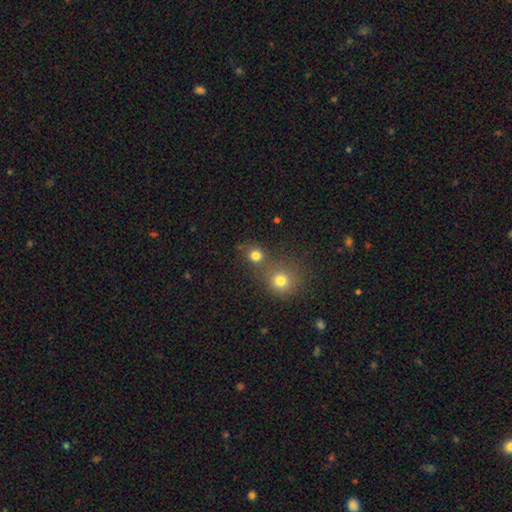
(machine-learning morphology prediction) type=smooth (79%); roundness=round (87%); merging=none (57%).